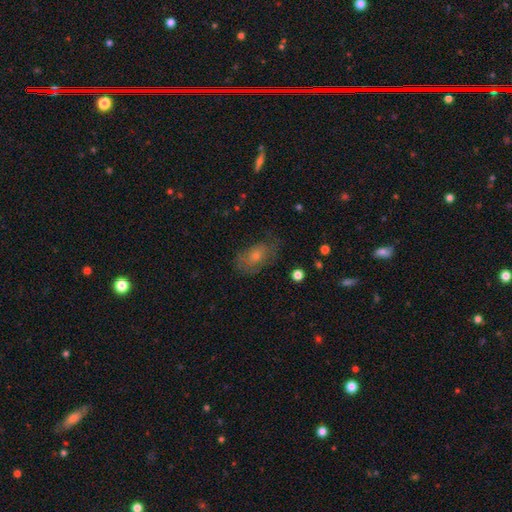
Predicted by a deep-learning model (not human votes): Morphology: type=smooth (52%); roundness=in between (84%); merging=none (64%).